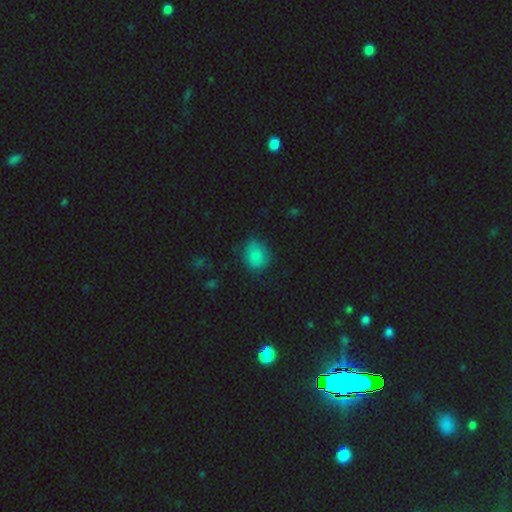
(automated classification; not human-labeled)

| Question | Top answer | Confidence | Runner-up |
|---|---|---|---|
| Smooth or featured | smooth | 81% | star or artifact (13%) |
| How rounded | round | 56% | in between (43%) |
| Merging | none | 69% | minor disturbance (22%) |